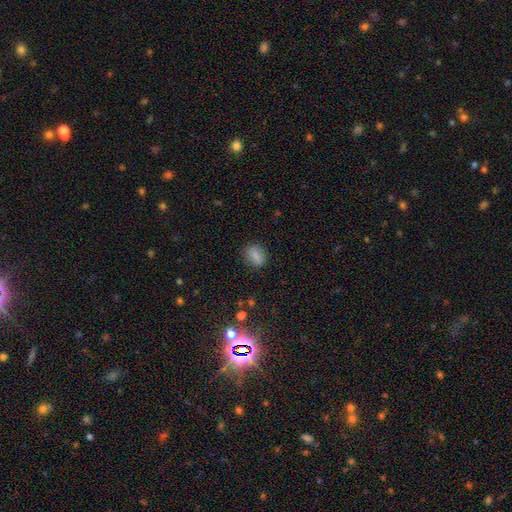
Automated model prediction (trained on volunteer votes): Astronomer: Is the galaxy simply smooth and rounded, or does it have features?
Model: smooth — 80%.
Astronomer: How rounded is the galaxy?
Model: in between — 59% (runner-up: round, 38%).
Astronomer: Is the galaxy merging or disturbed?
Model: none — 84%.